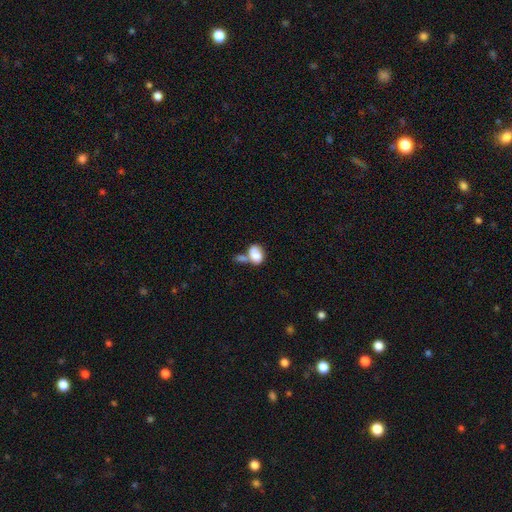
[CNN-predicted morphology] type=smooth (78%); roundness=in between (78%); merging=merger (55%).